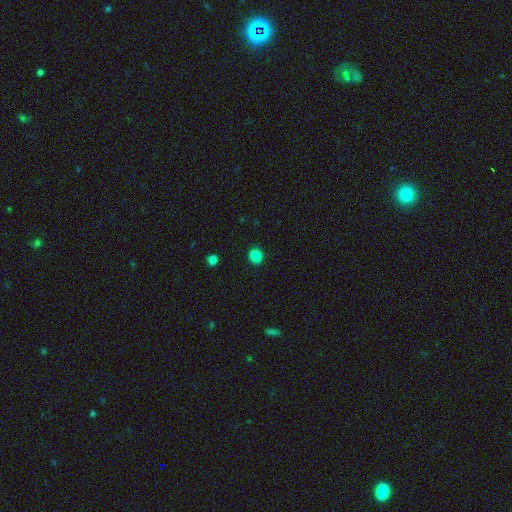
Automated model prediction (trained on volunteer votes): This appears to be a smooth galaxy with no disk features (86%) that is round (80%). Merging: none (91%).